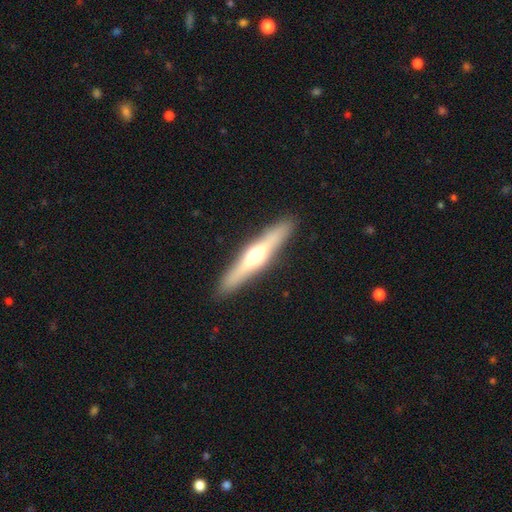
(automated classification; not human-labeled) A featured or disk galaxy (59%) viewed edge-on (93%) with a rounded central bulge (92%).

Vote fractions:
- Smooth or featured? featured or disk: 59% / smooth: 36% / star or artifact: 6%
- Edge-on disk? yes: 93% / no: 7%
- Edge-on bulge? rounded: 92% / none: 5% / boxy: 3%
- Merging? none: 90% / minor disturbance: 7% / major disturbance: 2% / merger: 1%